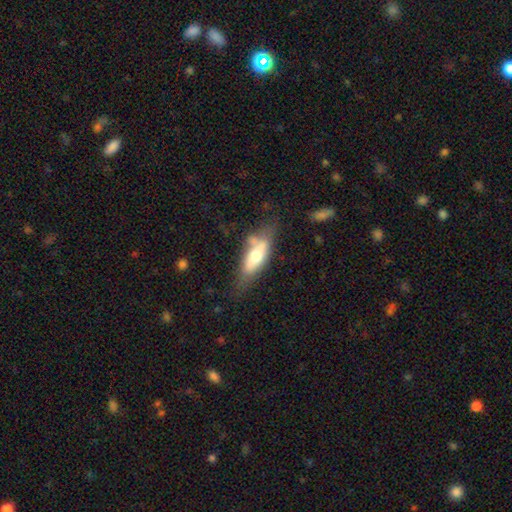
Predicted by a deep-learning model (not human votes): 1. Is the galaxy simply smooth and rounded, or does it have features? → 57% smooth, 37% featured or disk, 6% star or artifact.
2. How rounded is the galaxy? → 60% in between, 38% cigar-shaped, 2% round.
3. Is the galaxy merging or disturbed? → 49% none, 28% minor disturbance, 12% merger, 11% major disturbance.